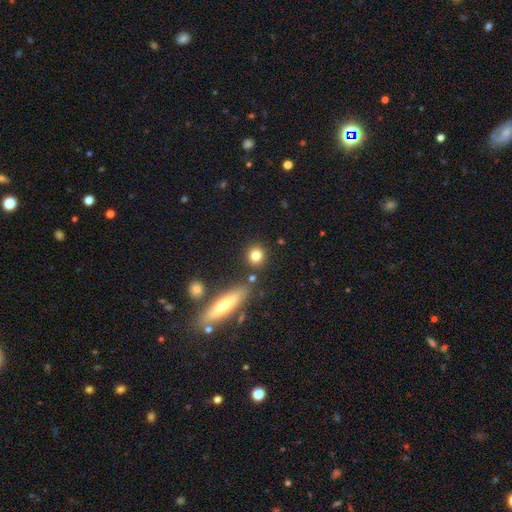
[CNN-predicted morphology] Overall: smooth (80%). How rounded: round (83%). Merging: none (82%).